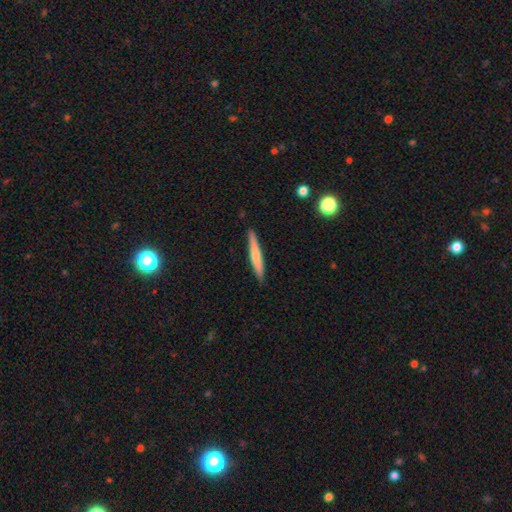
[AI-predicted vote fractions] Q: Smooth or featured?
A: smooth (63%); runner-up: featured or disk (31%)
Q: How rounded?
A: cigar-shaped (95%); runner-up: in between (4%)
Q: Merging?
A: none (90%); runner-up: minor disturbance (8%)